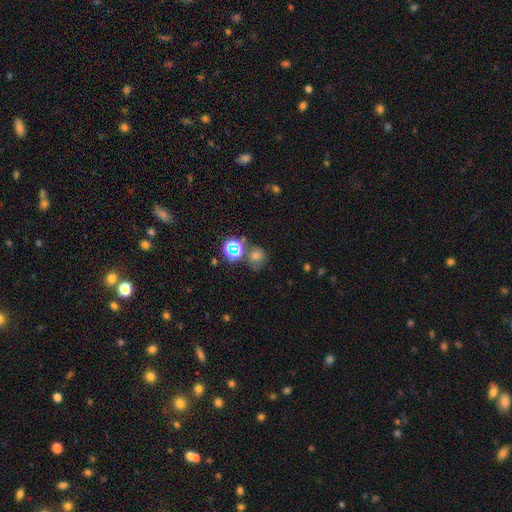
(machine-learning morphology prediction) type=smooth (50%); roundness=round (82%); merging=none (66%).